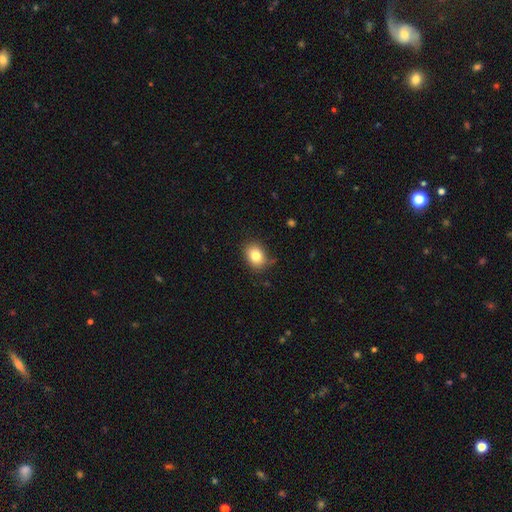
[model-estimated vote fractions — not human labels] Smooth or featured? smooth (81%)
How rounded? in between (58%)
Merging? none (78%)